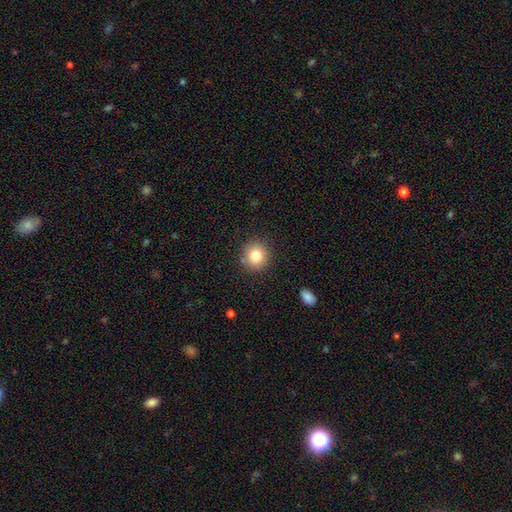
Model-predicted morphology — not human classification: The model was most divided on "smooth or featured": smooth: 82%, star or artifact: 10%, featured or disk: 8%. More confident: how rounded — round (89%); merging — none (88%).